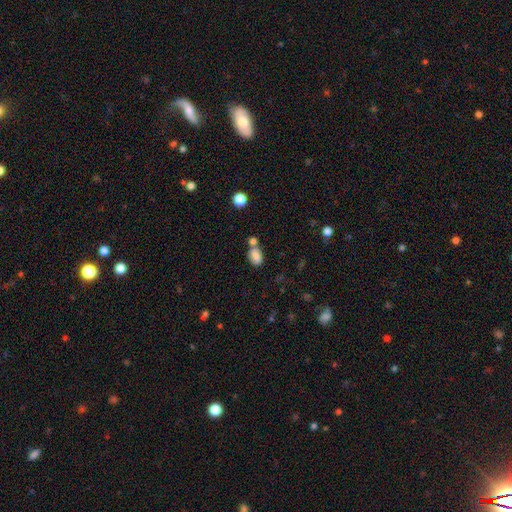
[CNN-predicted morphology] Smooth or featured? smooth (81%)
How rounded? in between (83%)
Merging? none (48%)